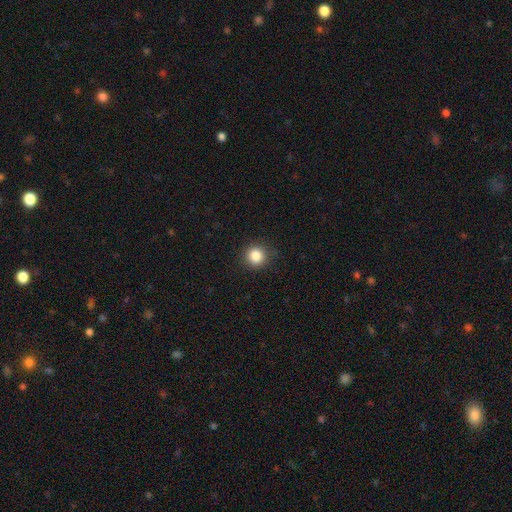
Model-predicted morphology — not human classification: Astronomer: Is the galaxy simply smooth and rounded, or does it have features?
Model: smooth — 85%.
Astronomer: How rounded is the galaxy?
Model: round — 92%.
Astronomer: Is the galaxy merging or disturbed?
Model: none — 89%.